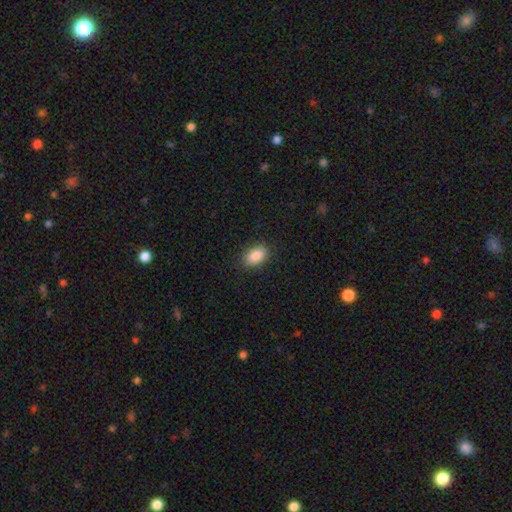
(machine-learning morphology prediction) Smooth or featured?
  - smooth: 88% *
  - star or artifact: 8%
  - featured or disk: 5%
How rounded?
  - in between: 88% *
  - round: 10%
  - cigar-shaped: 2%
Merging?
  - none: 88% *
  - minor disturbance: 9%
  - major disturbance: 2%
  - merger: 1%